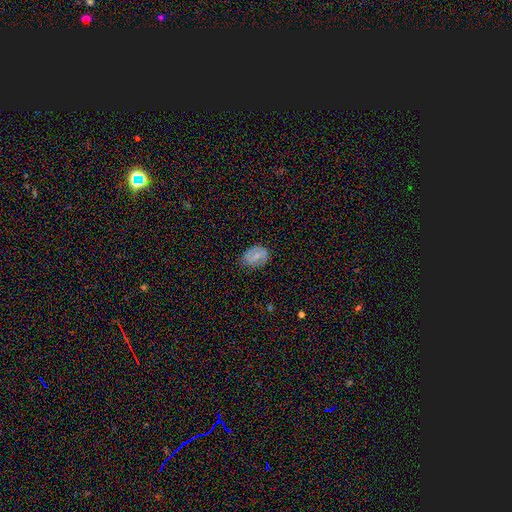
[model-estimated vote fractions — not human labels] Smooth or featured?
  - smooth: 49% *
  - featured or disk: 41%
  - star or artifact: 10%
Merging?
  - none: 72% *
  - minor disturbance: 21%
  - major disturbance: 6%
  - merger: 1%